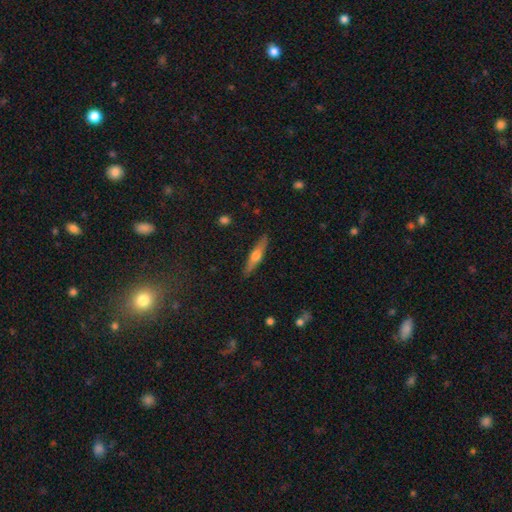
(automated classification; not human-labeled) Q: Smooth or featured?
A: featured or disk (56%); runner-up: smooth (37%)
Q: Edge-on disk?
A: yes (95%); runner-up: no (5%)
Q: Edge-on bulge?
A: rounded (91%); runner-up: boxy (5%)
Q: Merging?
A: none (89%); runner-up: minor disturbance (8%)